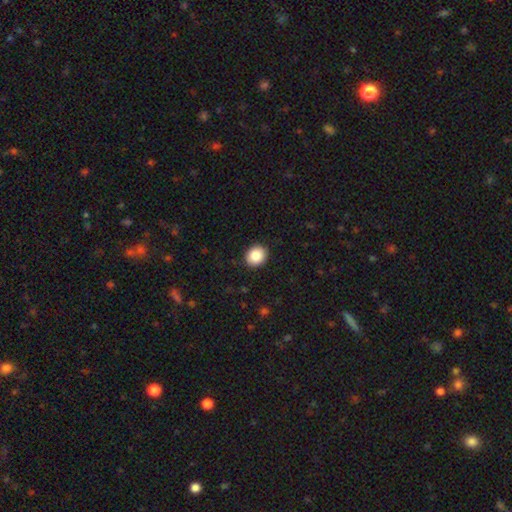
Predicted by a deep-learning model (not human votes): Smooth or featured: smooth — 87% (star or artifact — 9%)
How rounded: round — 73% (in between — 26%)
Merging: none — 91% (minor disturbance — 6%)